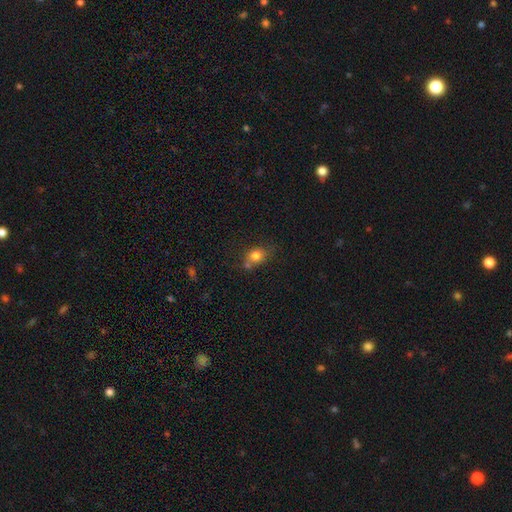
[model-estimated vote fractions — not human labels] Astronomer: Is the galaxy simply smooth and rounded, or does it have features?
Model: smooth — 79%.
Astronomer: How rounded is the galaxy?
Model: round — 60% (runner-up: in between, 39%).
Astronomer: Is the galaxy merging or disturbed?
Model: none — 54%.